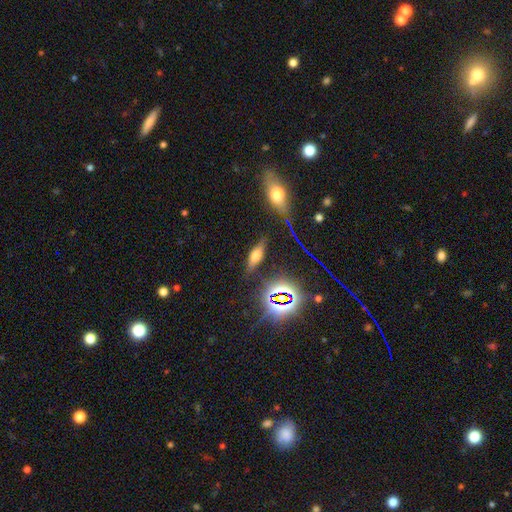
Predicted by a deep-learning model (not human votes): Overall: smooth (48%; featured or disk 30%). Merging: none (79%).